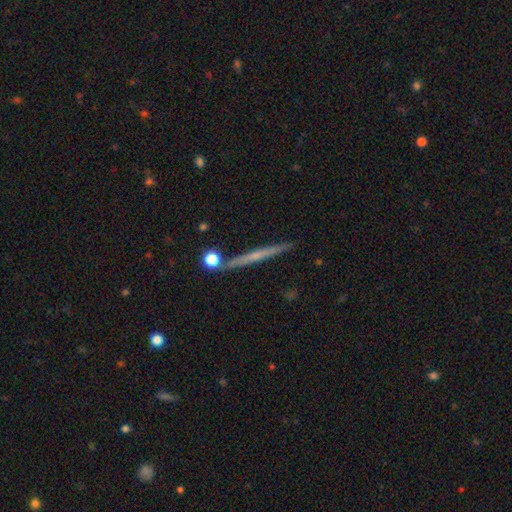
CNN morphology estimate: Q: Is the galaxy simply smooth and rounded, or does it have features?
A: featured or disk — 63%.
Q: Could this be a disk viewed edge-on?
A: yes — 97%.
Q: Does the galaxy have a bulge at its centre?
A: none — 60%.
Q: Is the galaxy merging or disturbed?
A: none — 88%.